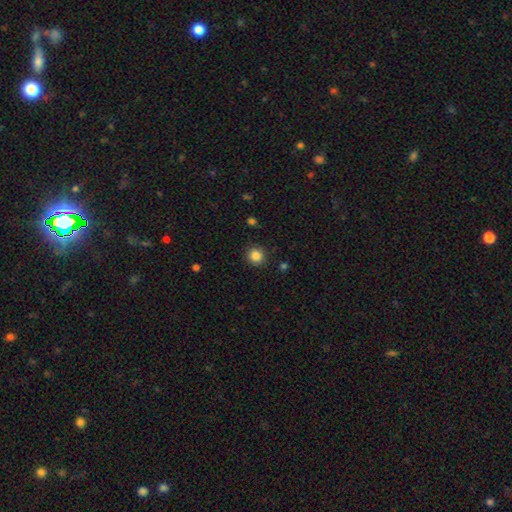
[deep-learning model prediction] Smooth or featured?
  - smooth: 85% *
  - star or artifact: 11%
  - featured or disk: 4%
How rounded?
  - round: 93% *
  - in between: 6%
  - cigar-shaped: 1%
Merging?
  - none: 90% *
  - minor disturbance: 6%
  - major disturbance: 2%
  - merger: 1%